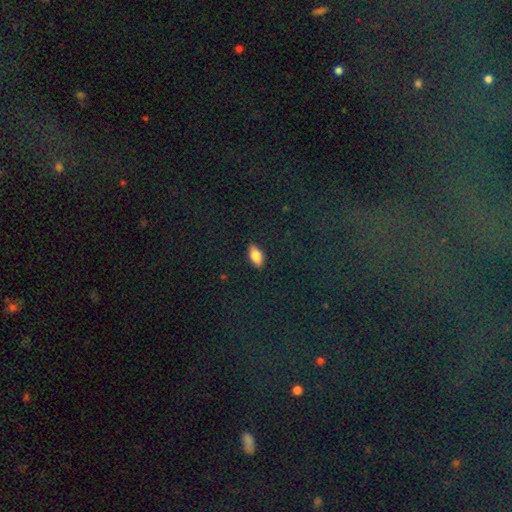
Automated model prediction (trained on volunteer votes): smooth 80%, featured or disk 12%, star or artifact 8%. Down the decision tree: how rounded — in between (89%); merging — none (89%).